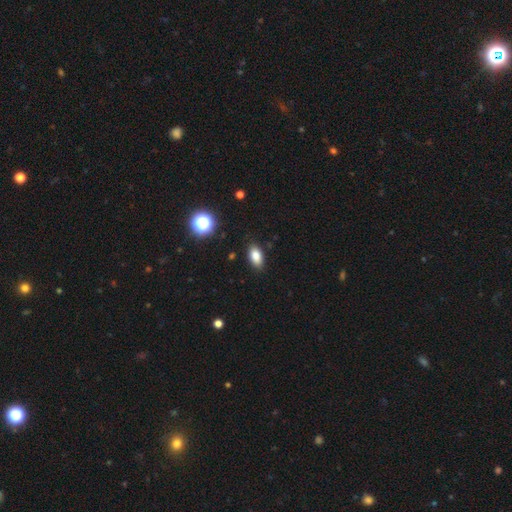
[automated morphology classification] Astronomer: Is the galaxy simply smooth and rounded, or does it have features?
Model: smooth — 83%.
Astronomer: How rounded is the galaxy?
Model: in between — 90%.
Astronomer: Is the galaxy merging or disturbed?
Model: none — 88%.